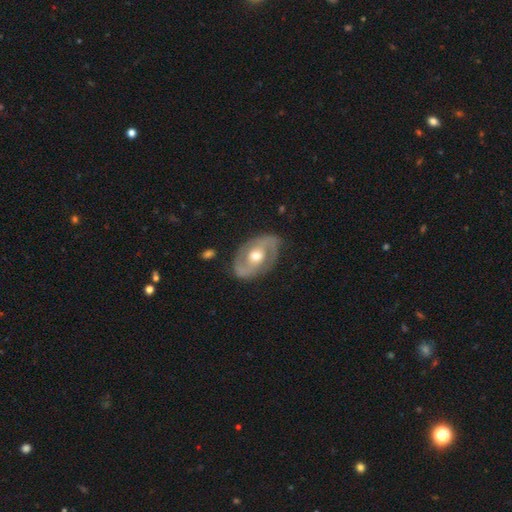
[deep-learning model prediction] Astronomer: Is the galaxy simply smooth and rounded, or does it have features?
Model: featured or disk — 83%.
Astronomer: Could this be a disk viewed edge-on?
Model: no — 96%.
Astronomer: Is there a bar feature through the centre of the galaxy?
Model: no — 50% (runner-up: weak, 36%).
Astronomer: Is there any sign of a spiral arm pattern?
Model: yes — 87%.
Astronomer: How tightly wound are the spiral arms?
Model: medium — 50% (runner-up: tight, 28%).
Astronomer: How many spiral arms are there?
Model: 2 — 90%.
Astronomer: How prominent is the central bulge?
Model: moderate — 75%.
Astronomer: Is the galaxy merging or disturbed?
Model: none — 82%.